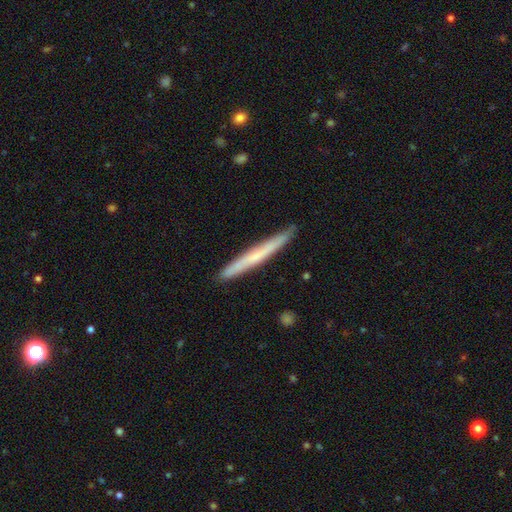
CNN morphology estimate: The model was most divided on "smooth or featured": smooth: 52%, featured or disk: 42%, star or artifact: 6%. More confident: how rounded — cigar-shaped (97%); merging — none (89%).